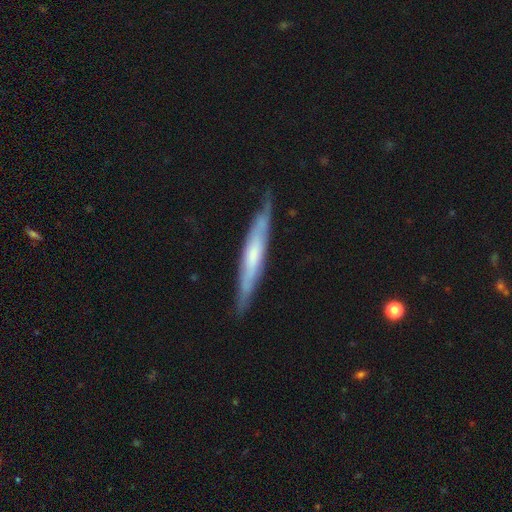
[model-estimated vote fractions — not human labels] smooth-or-featured: featured or disk: 60% | smooth: 35% | star or artifact: 6%
  disk-edge-on: yes: 83% | no: 17%
  merging: none: 78% | minor disturbance: 18% | major disturbance: 3% | merger: 1%